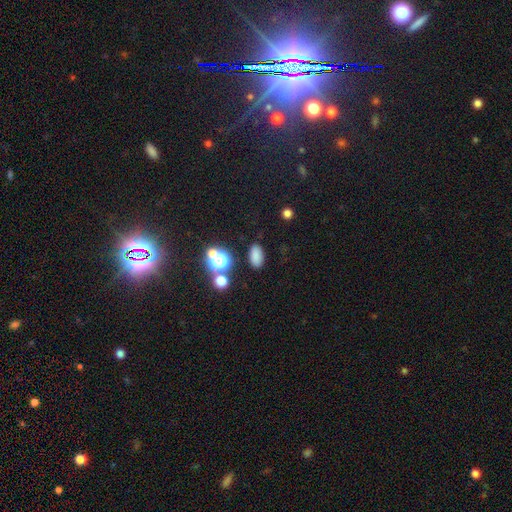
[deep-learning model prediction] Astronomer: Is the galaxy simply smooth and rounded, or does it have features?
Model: smooth — 77%.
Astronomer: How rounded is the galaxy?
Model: in between — 88%.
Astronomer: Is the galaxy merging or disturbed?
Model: none — 85%.